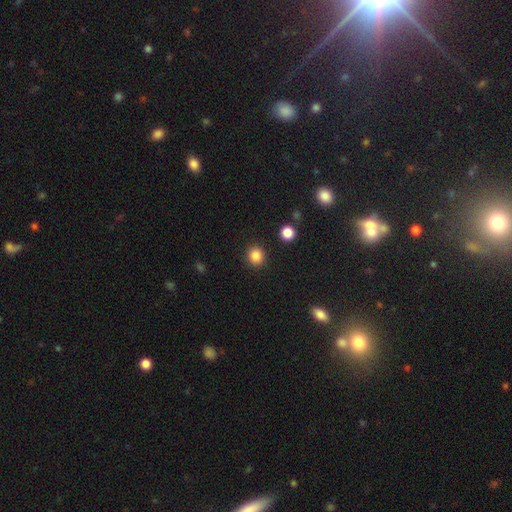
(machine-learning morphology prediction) Smooth or featured? Predicted: smooth (p=0.85). How rounded? Predicted: round (p=0.89). Merging? Predicted: none (p=0.91).